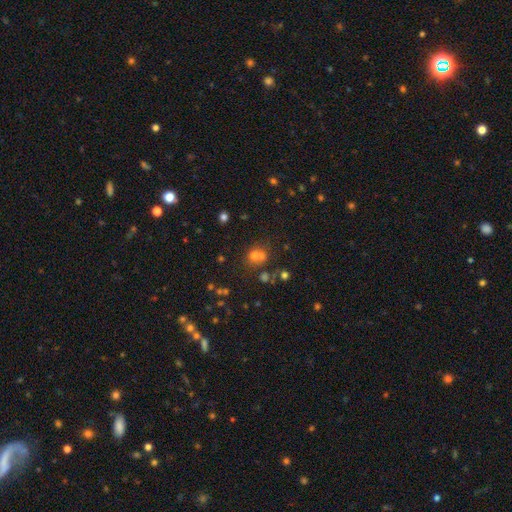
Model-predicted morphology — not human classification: Smooth or featured?
  - smooth: 60% *
  - star or artifact: 26%
  - featured or disk: 14%
How rounded?
  - round: 77% *
  - in between: 22%
  - cigar-shaped: 1%
Merging?
  - none: 46% *
  - merger: 40%
  - minor disturbance: 9%
  - major disturbance: 4%